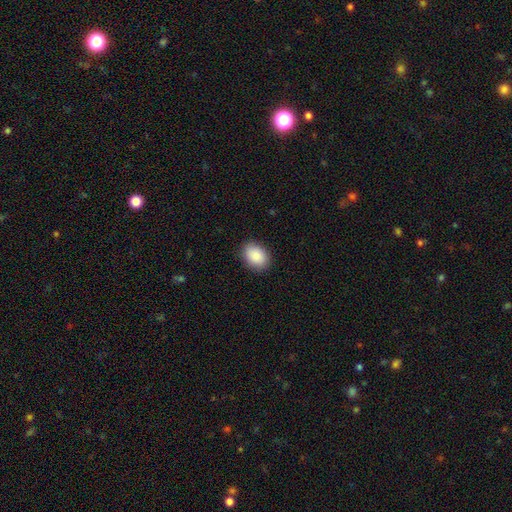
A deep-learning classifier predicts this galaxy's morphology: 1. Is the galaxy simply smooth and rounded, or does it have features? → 88% smooth, 7% star or artifact, 5% featured or disk.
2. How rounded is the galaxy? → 74% in between, 25% round, 1% cigar-shaped.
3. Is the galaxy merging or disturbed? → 88% none, 9% minor disturbance, 2% major disturbance, 1% merger.